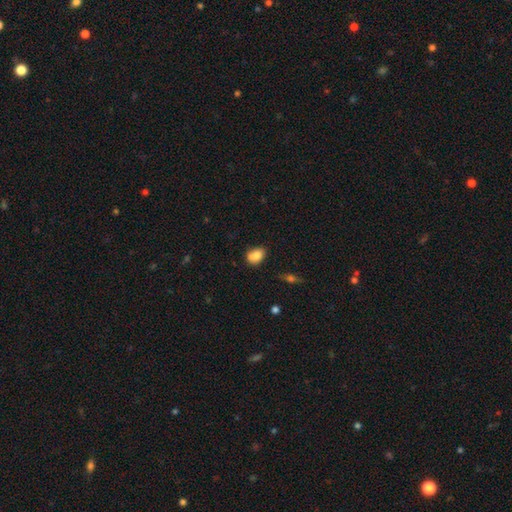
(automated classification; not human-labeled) This is clearly a smooth galaxy (81%). How rounded: likely in between (72%). Merging: possibly none (56%).